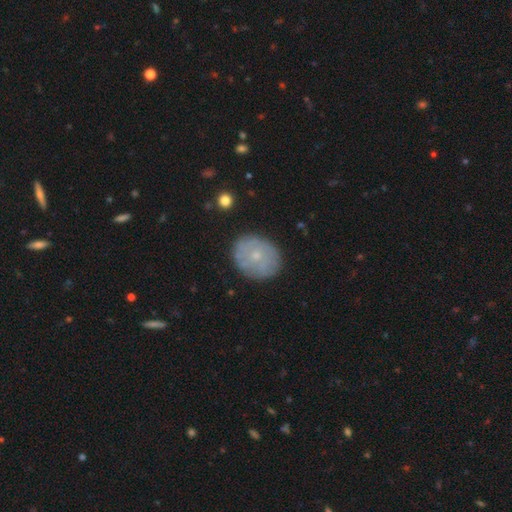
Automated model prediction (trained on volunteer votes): Smooth or featured? smooth (48%)
Merging? none (81%)